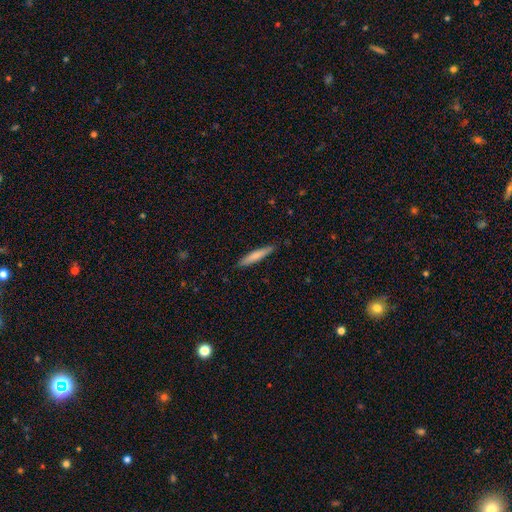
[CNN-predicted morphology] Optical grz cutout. It shows a smooth galaxy with no disk features (74%) that is cigar-shaped (91%). Merging: none (87%).